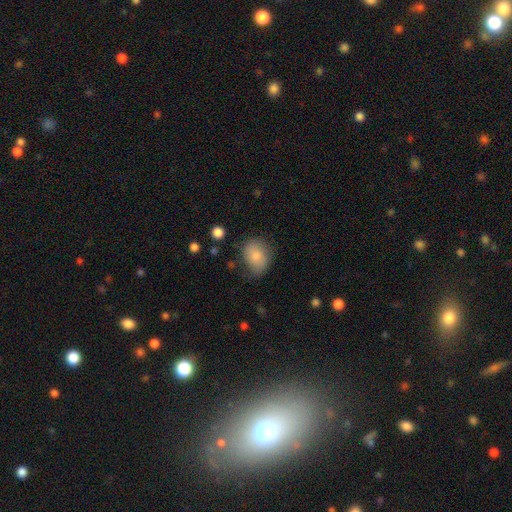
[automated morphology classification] smooth 78%, featured or disk 14%, star or artifact 8%. Down the decision tree: how rounded — in between (58%); merging — none (61%).